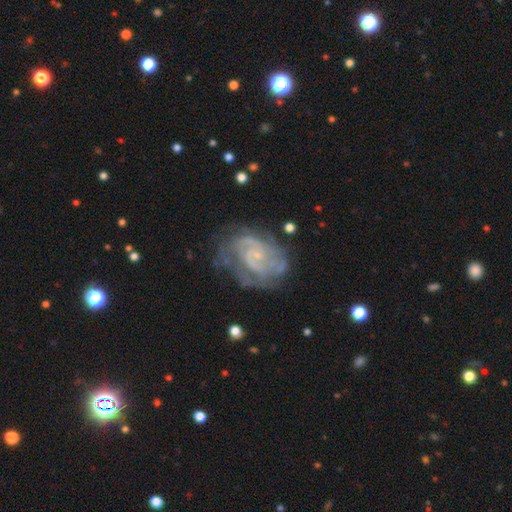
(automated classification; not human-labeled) smooth_or_featured: featured or disk (p=0.82) [alt: smooth p=0.11]
disk_edge_on: no (p=0.98) [alt: yes p=0.02]
bar: no (p=0.64) [alt: weak p=0.30]
has_spiral_arms: yes (p=0.90) [alt: no p=0.10]
spiral_winding: tight (p=0.51) [alt: medium p=0.38]
spiral_arm_count: can't tell (p=0.34) [alt: 2 p=0.33]
bulge_size: small (p=0.75) [alt: none p=0.12]
merging: none (p=0.59) [alt: minor disturbance p=0.23]